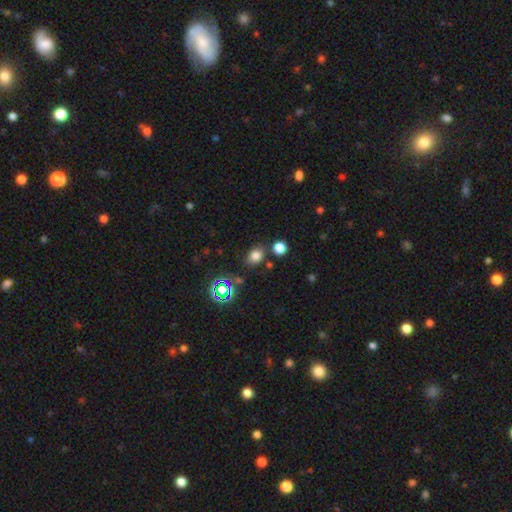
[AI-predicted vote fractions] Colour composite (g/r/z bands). It shows a smooth galaxy with no disk features (75%) that is in between round and cigar-shaped (58%). Merging: none (76%).